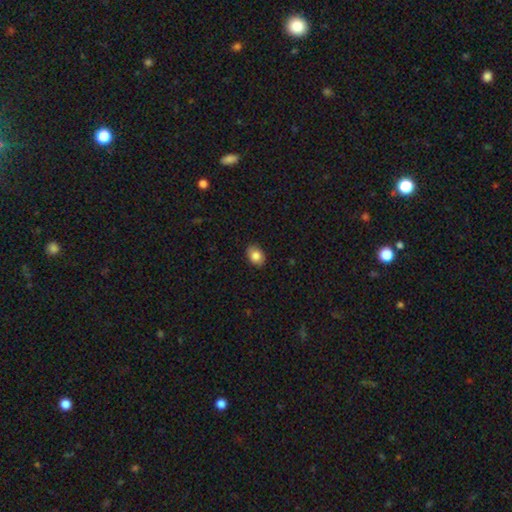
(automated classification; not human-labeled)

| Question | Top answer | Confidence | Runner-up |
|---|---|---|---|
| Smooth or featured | smooth | 85% | star or artifact (8%) |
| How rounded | in between | 74% | round (25%) |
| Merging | none | 87% | minor disturbance (10%) |